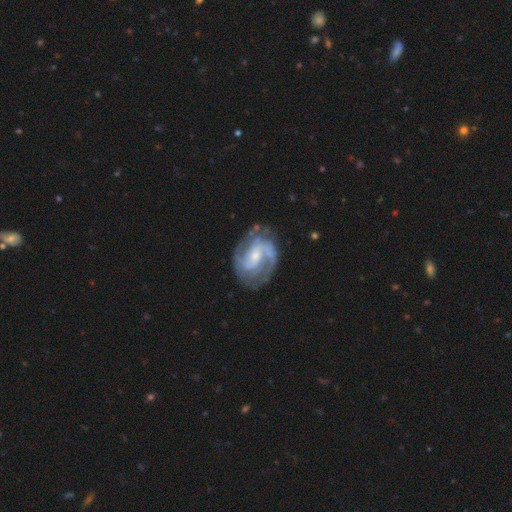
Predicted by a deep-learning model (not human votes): Smooth or featured: featured or disk — 88% (smooth — 7%)
Edge-on disk: no — 98% (yes — 2%)
Bar: weak — 46% (no — 35%)
Spiral arms: yes — 97% (no — 3%)
Spiral winding: medium — 48% (tight — 40%)
Spiral arm count: 2 — 74% (3 — 9%)
Bulge size: small — 58% (moderate — 33%)
Merging: none — 72% (minor disturbance — 18%)